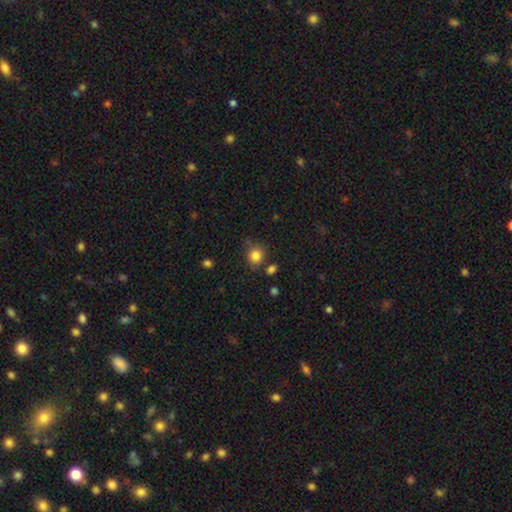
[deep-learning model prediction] Smooth or featured? smooth (84%)
How rounded? round (80%)
Merging? none (73%)